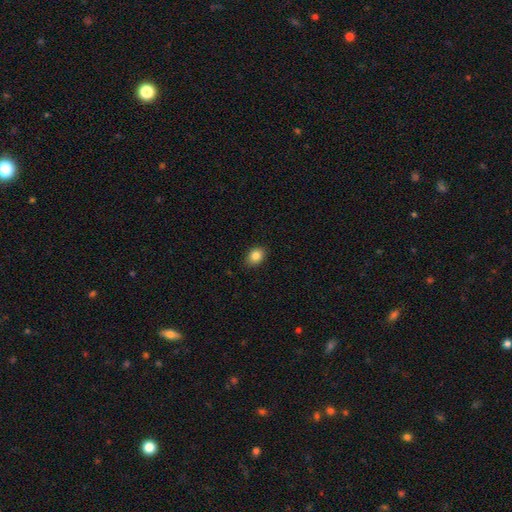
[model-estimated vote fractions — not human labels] A smooth galaxy with no disk features (84%) that is in between round and cigar-shaped (62%).

Vote fractions:
- Smooth or featured? smooth: 84% / star or artifact: 9% / featured or disk: 6%
- How rounded? in between: 62% / round: 37% / cigar-shaped: 1%
- Merging? none: 87% / minor disturbance: 10% / major disturbance: 2% / merger: 1%